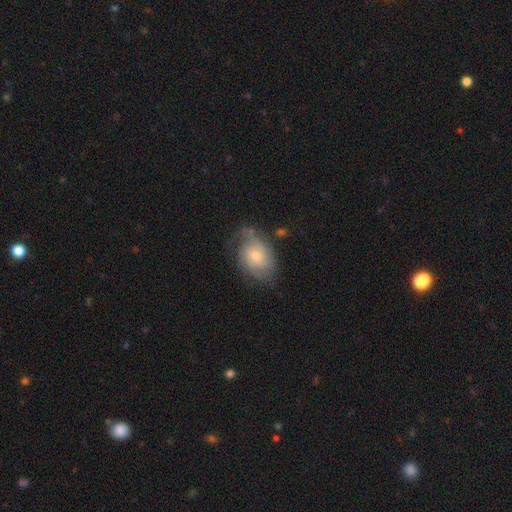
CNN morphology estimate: Smooth or featured: featured or disk — 66% (smooth — 27%)
Edge-on disk: no — 96% (yes — 4%)
Bar: no — 74% (weak — 23%)
Spiral arms: yes — 88% (no — 12%)
Spiral winding: tight — 44% (medium — 37%)
Spiral arm count: 2 — 36% (can't tell — 33%)
Bulge size: small — 51% (moderate — 44%)
Merging: none — 60% (minor disturbance — 25%)